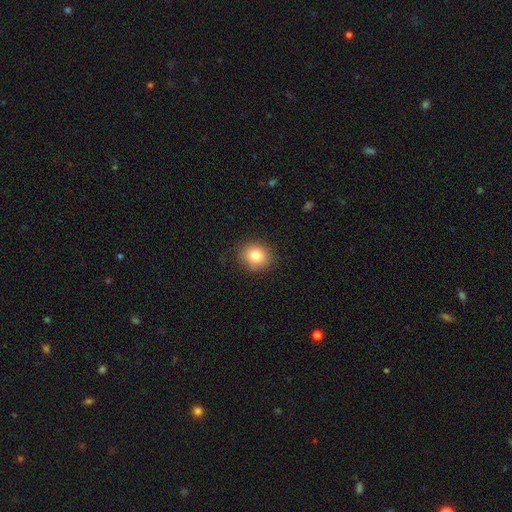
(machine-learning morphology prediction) The model was most divided on "how rounded": round: 74%, in between: 25%, cigar-shaped: 1%. More confident: merging — none (87%); smooth or featured — smooth (82%).